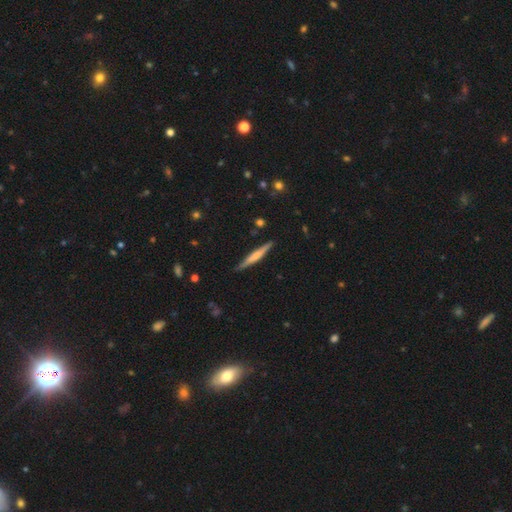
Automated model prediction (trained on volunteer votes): smooth 48%, featured or disk 47%, star or artifact 5%. Down the decision tree: merging — none (86%).